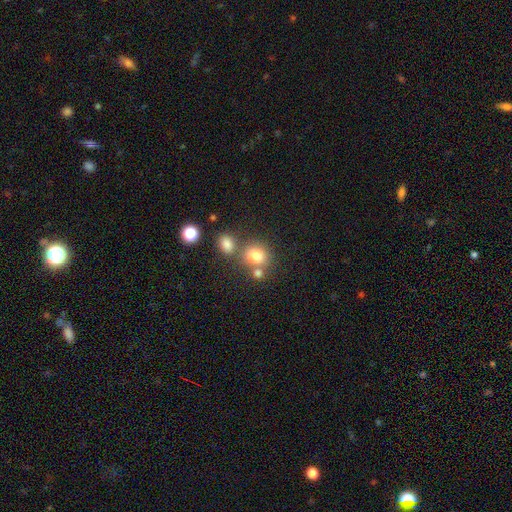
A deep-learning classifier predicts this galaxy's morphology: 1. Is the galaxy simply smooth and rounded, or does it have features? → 78% smooth, 13% star or artifact, 9% featured or disk.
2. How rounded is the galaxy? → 76% round, 23% in between, 1% cigar-shaped.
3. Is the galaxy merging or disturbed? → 57% none, 28% merger, 11% minor disturbance, 4% major disturbance.